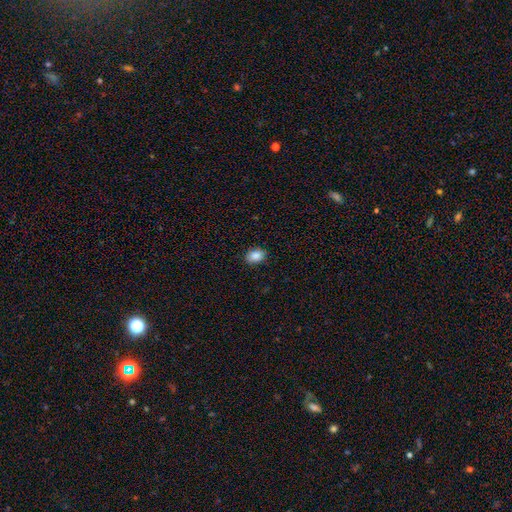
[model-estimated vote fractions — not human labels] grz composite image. It shows a smooth galaxy with no disk features (88%) that is in between round and cigar-shaped (75%). Merging: none (87%).